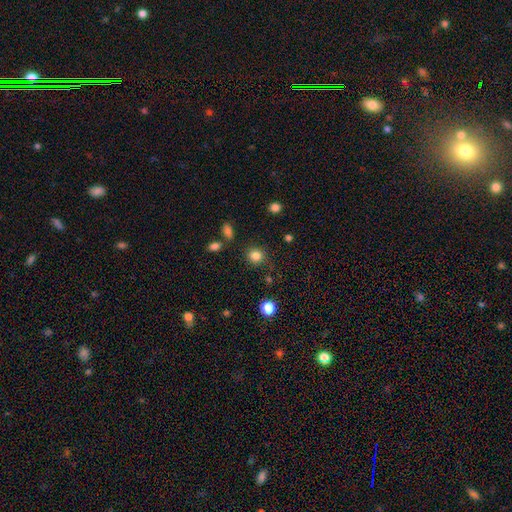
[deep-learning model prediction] This is clearly a smooth galaxy (83%). How rounded: clearly round (86%). Merging: clearly none (84%).